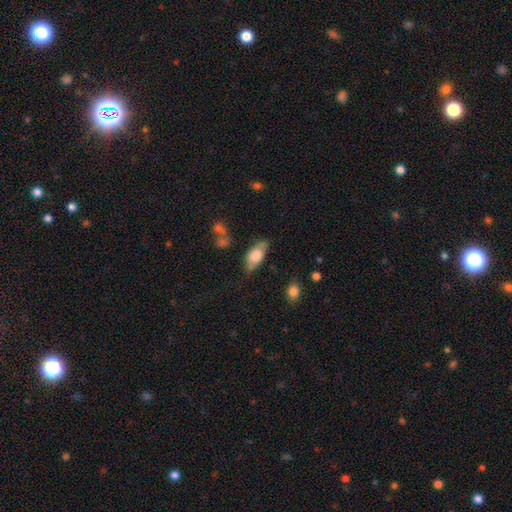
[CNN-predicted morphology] Smooth or featured: smooth — 71% (featured or disk — 23%)
How rounded: in between — 84% (cigar-shaped — 13%)
Merging: none — 65% (minor disturbance — 25%)